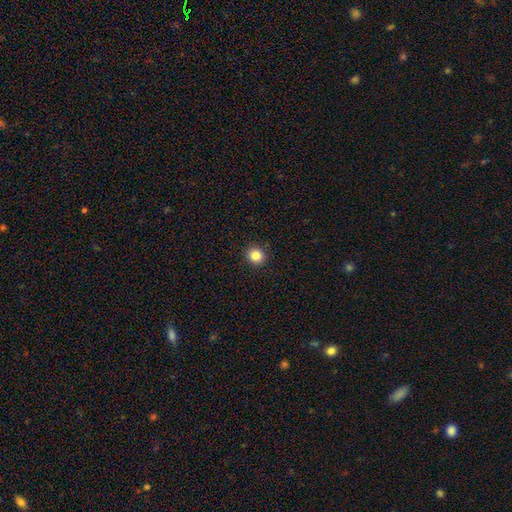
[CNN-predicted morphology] smooth 84%, star or artifact 11%, featured or disk 5%. Down the decision tree: how rounded — round (87%); merging — none (92%).